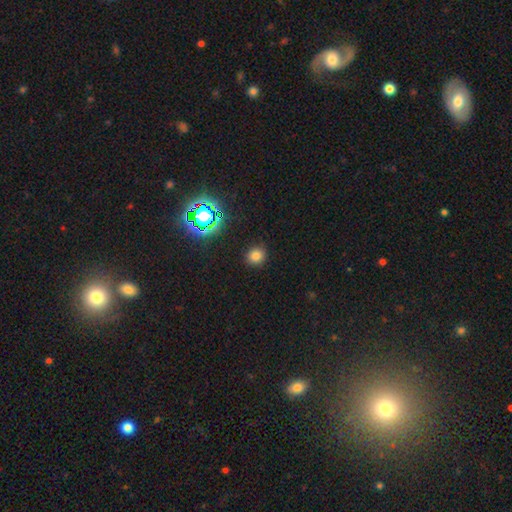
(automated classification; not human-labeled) Smooth or featured? Predicted: smooth (p=0.75). How rounded? Predicted: round (p=0.82). Merging? Predicted: none (p=0.89).